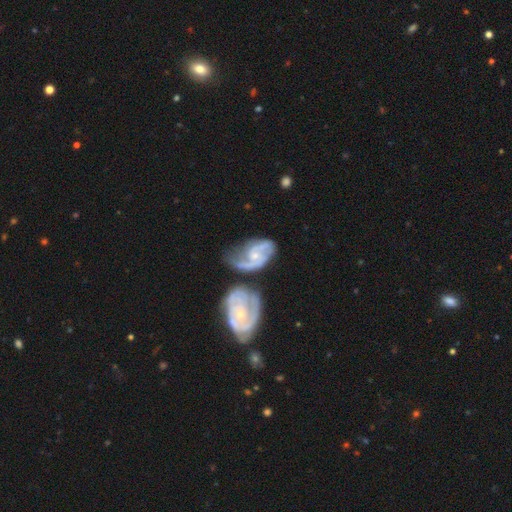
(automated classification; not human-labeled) Smooth or featured? featured or disk (84%)
Edge-on disk? no (97%)
Bar? no (60%)
Spiral arms? yes (94%)
Spiral winding? medium (47%)
Spiral arm count? 2 (67%)
Bulge size? small (65%)
Merging? none (32%)